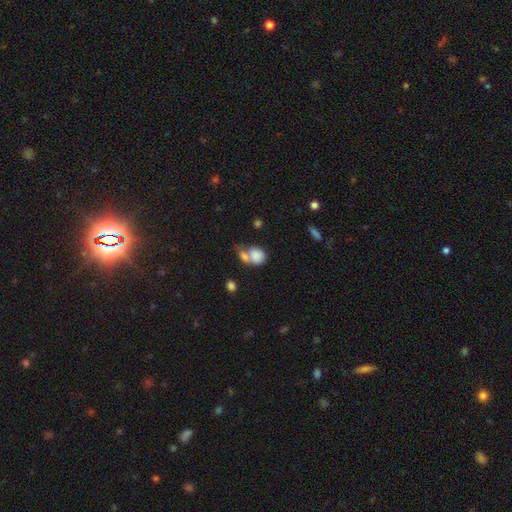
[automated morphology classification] Q: Smooth or featured?
A: smooth (81%); runner-up: featured or disk (11%)
Q: How rounded?
A: in between (51%); runner-up: round (48%)
Q: Merging?
A: merger (57%); runner-up: none (26%)